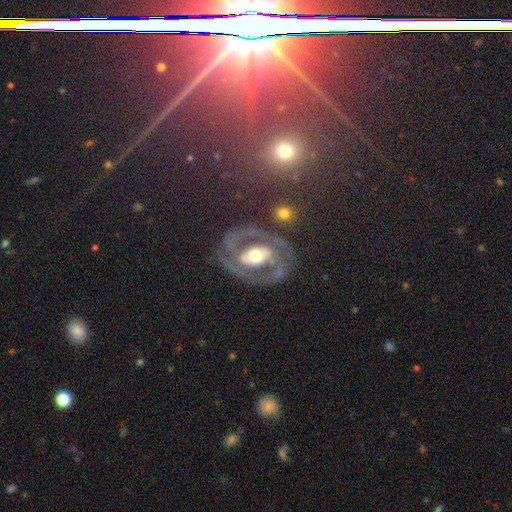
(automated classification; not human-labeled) Smooth or featured: featured or disk — 82% (smooth — 13%)
Edge-on disk: no — 96% (yes — 4%)
Bar: no — 36% (strong — 34%)
Spiral arms: yes — 74% (no — 26%)
Spiral winding: medium — 44% (tight — 40%)
Spiral arm count: 2 — 82% (can't tell — 8%)
Bulge size: moderate — 66% (large — 19%)
Merging: none — 68% (minor disturbance — 16%)